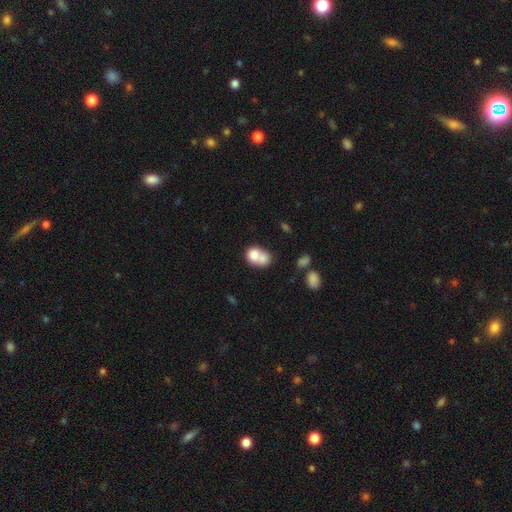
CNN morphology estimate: This appears to be a smooth galaxy with no disk features (73%) that is in between round and cigar-shaped (51%). Merging: merger (63%).